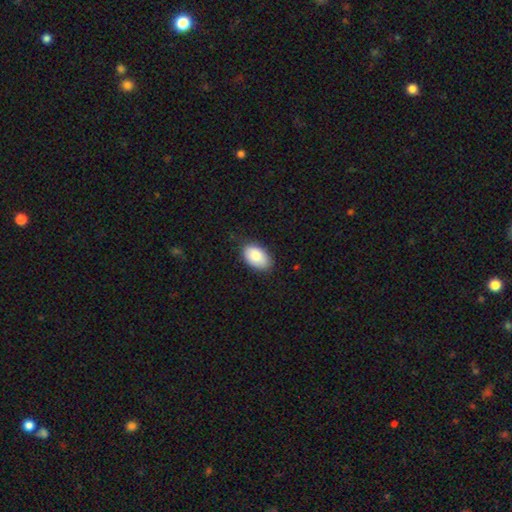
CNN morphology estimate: Q: Smooth or featured?
A: smooth (85%); runner-up: featured or disk (9%)
Q: How rounded?
A: in between (93%); runner-up: round (6%)
Q: Merging?
A: none (80%); runner-up: minor disturbance (17%)